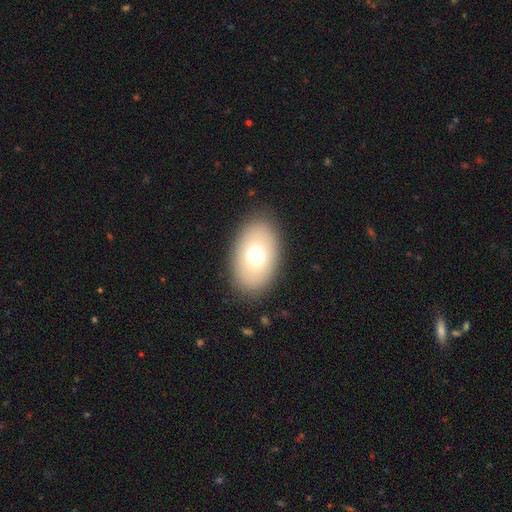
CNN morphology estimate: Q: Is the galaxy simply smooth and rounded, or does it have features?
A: smooth — 70%.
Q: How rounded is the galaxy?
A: in between — 85%.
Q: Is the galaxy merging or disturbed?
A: none — 87%.